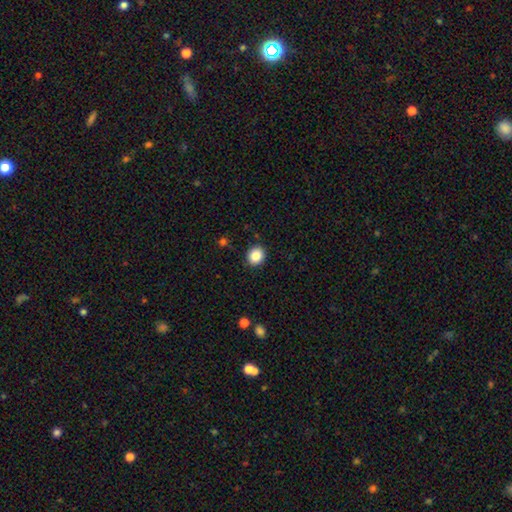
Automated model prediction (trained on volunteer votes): A smooth galaxy with no disk features (86%) that is round (73%).

Vote fractions:
- Smooth or featured? smooth: 86% / star or artifact: 9% / featured or disk: 5%
- How rounded? round: 73% / in between: 26% / cigar-shaped: 1%
- Merging? none: 90% / minor disturbance: 7% / major disturbance: 2% / merger: 1%